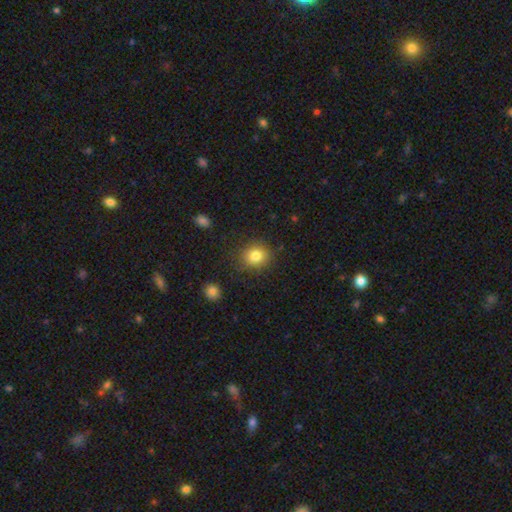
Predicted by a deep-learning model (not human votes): A smooth galaxy with no disk features (83%) that is round (74%). Merging: none (85%).